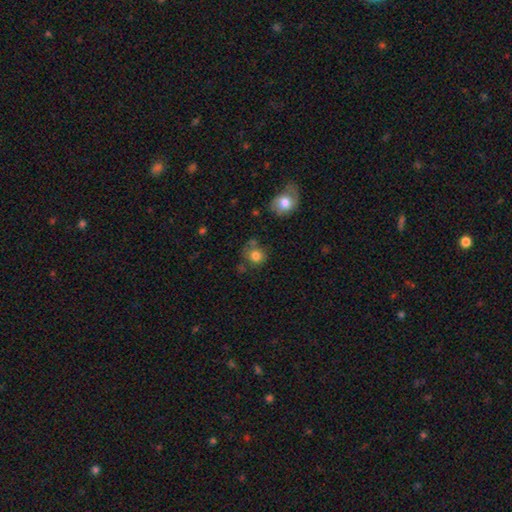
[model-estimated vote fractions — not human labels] Smooth or featured? Predicted: smooth (p=0.81). How rounded? Predicted: round (p=0.83). Merging? Predicted: none (p=0.65).